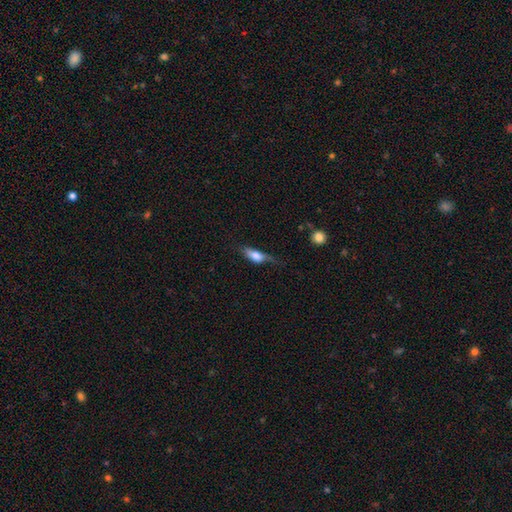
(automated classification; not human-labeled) The model was most divided on "merging": none: 39%, minor disturbance: 34%, major disturbance: 24%, merger: 3%. More confident: how rounded — in between (70%); smooth or featured — smooth (69%).